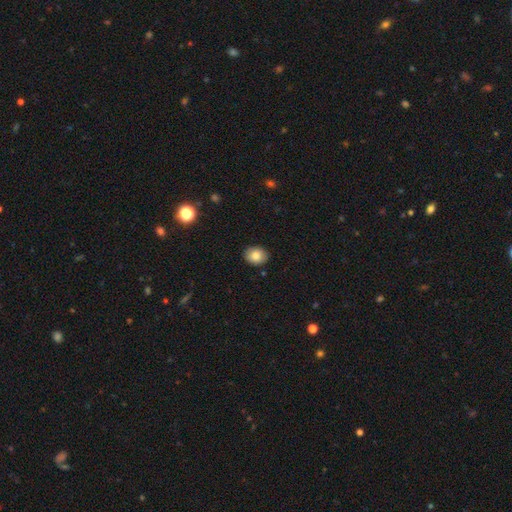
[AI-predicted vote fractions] Smooth or featured? Predicted: smooth (p=0.83). How rounded? Predicted: in between (p=0.54). Merging? Predicted: none (p=0.89).